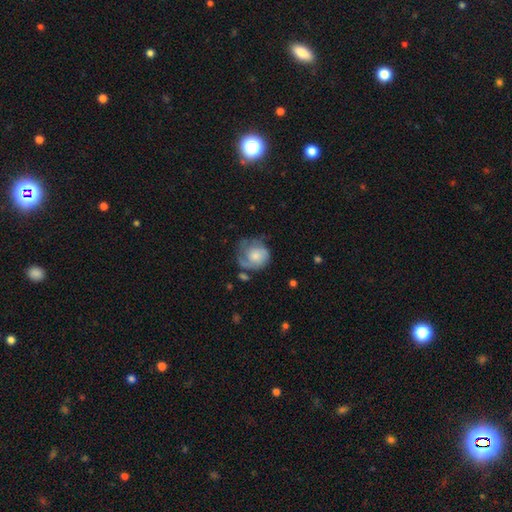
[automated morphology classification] This is possibly a featured or disk galaxy (49%). Merging: possibly none (49%).